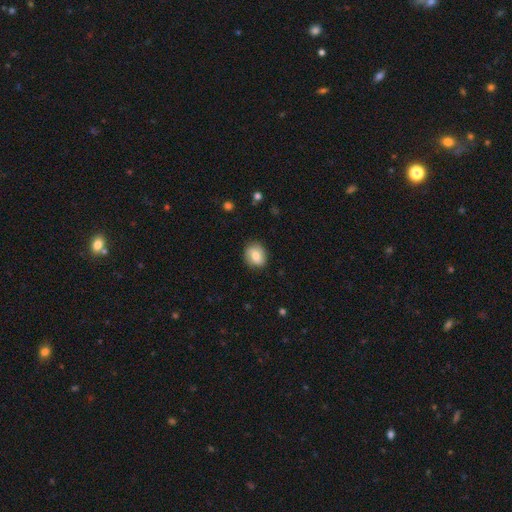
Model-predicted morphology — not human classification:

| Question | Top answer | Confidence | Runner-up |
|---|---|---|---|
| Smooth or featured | smooth | 65% | featured or disk (27%) |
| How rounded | round | 59% | in between (40%) |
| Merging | none | 82% | minor disturbance (14%) |